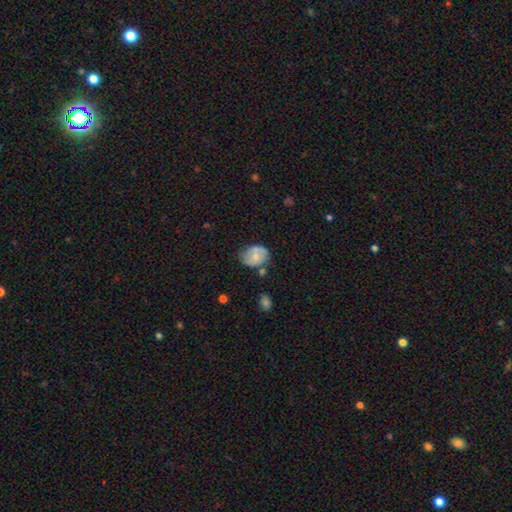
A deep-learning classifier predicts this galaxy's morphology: Smooth or featured? smooth (47%)
Merging? none (59%)